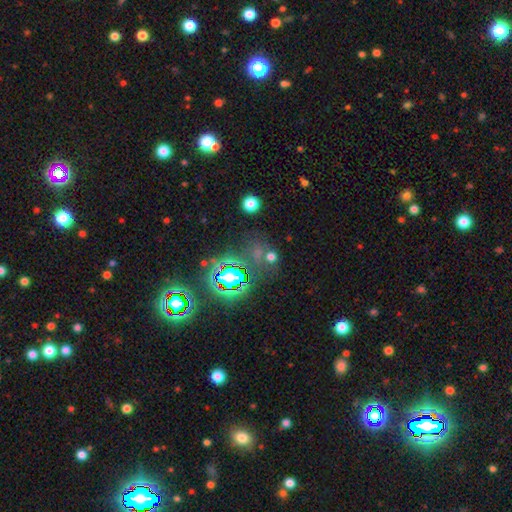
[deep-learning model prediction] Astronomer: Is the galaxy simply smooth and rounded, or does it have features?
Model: star or artifact — 69%.